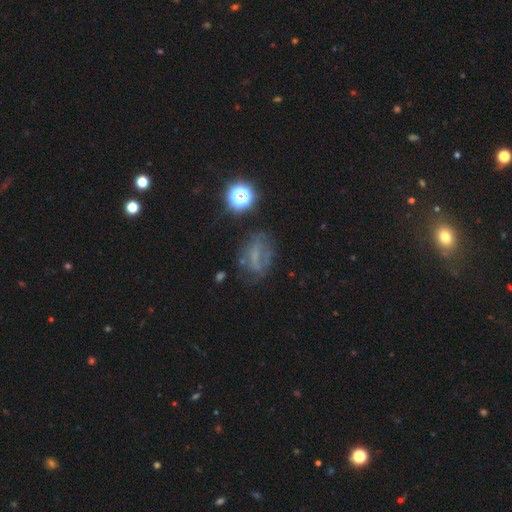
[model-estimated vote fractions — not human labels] Smooth or featured: featured or disk — 42% (smooth — 30%)
Merging: none — 56% (minor disturbance — 22%)